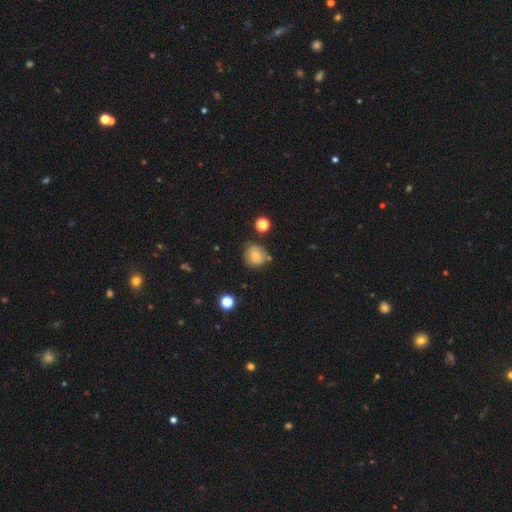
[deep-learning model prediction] smooth_or_featured: smooth (p=0.70) [alt: featured or disk p=0.19]
how_rounded: round (p=0.88) [alt: in between p=0.11]
merging: none (p=0.71) [alt: minor disturbance p=0.18]